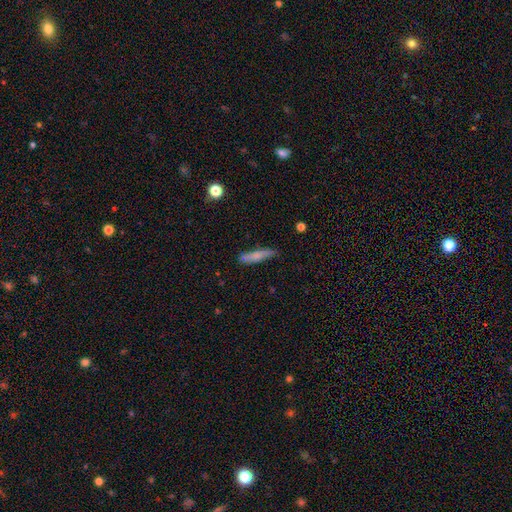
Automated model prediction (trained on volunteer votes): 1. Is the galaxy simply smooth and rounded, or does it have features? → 68% smooth, 26% featured or disk, 7% star or artifact.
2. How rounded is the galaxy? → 85% cigar-shaped, 13% in between, 2% round.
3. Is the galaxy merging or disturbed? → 74% none, 20% minor disturbance, 4% major disturbance, 3% merger.